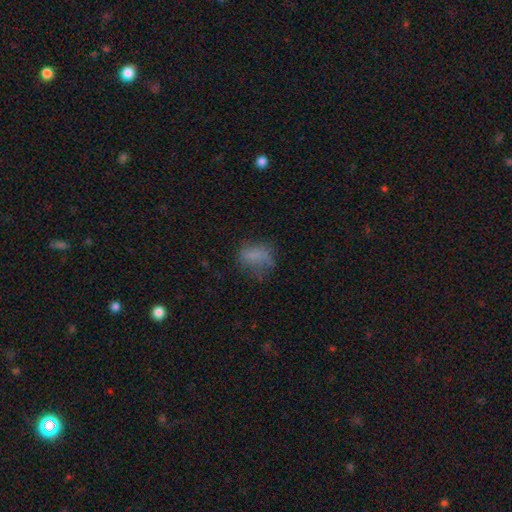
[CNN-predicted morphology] A smooth galaxy with no disk features (65%) that is in between round and cigar-shaped (68%). Merging: none (43%).